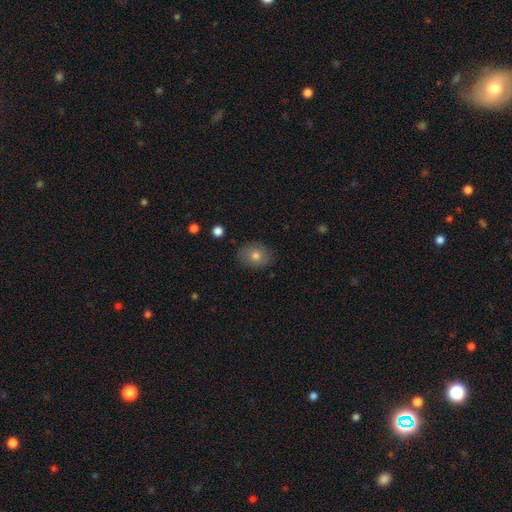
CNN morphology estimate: smooth 74%, featured or disk 16%, star or artifact 10%. Down the decision tree: how rounded — in between (51%); merging — none (86%).